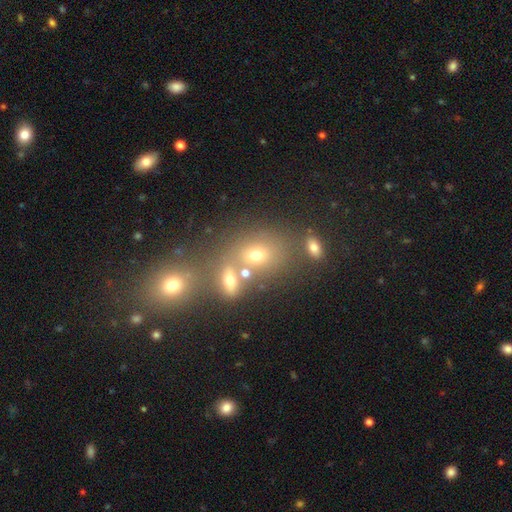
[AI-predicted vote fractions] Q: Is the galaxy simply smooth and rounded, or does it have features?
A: smooth — 61%.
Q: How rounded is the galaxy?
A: round — 53%.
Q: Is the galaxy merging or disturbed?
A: none — 47%.